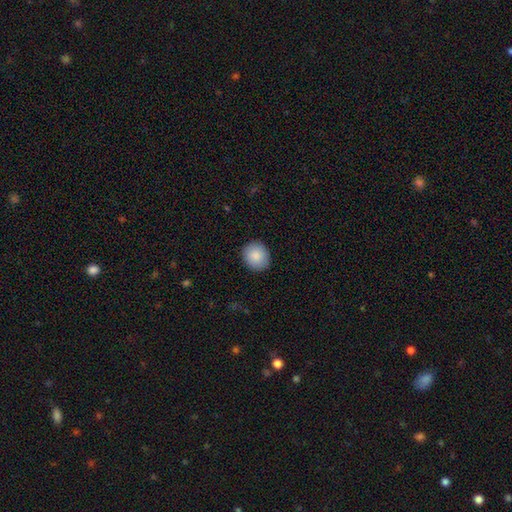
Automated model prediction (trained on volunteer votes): This is clearly a smooth galaxy (88%). How rounded: clearly round (81%). Merging: clearly none (90%).